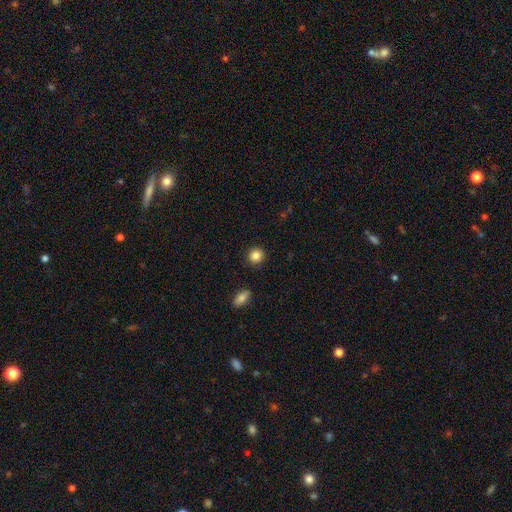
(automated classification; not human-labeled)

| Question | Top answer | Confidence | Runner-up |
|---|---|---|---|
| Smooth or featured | smooth | 86% | star or artifact (9%) |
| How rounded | round | 90% | in between (9%) |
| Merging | none | 90% | minor disturbance (6%) |